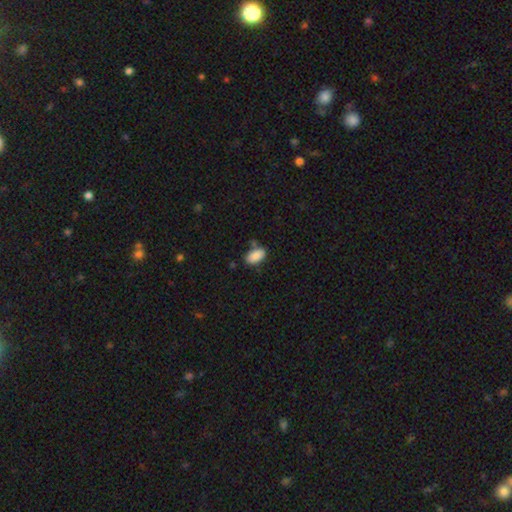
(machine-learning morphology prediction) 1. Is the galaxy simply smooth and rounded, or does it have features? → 88% smooth, 7% star or artifact, 4% featured or disk.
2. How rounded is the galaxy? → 94% in between, 4% round, 2% cigar-shaped.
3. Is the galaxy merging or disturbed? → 70% none, 18% minor disturbance, 8% merger, 4% major disturbance.